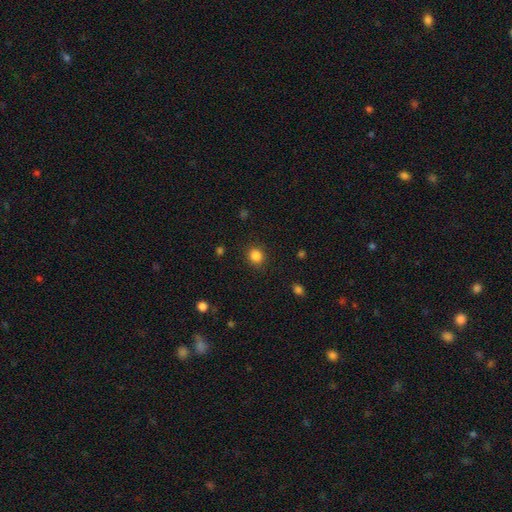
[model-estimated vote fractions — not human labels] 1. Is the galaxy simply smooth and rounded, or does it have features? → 85% smooth, 11% star or artifact, 4% featured or disk.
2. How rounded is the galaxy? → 85% round, 15% in between, 1% cigar-shaped.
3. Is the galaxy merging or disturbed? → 89% none, 7% minor disturbance, 3% major disturbance, 1% merger.